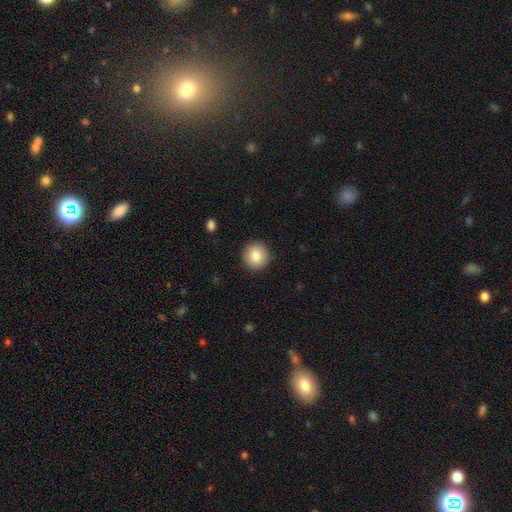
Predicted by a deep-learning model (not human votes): Morphology: type=smooth (85%); roundness=round (93%); merging=none (91%).